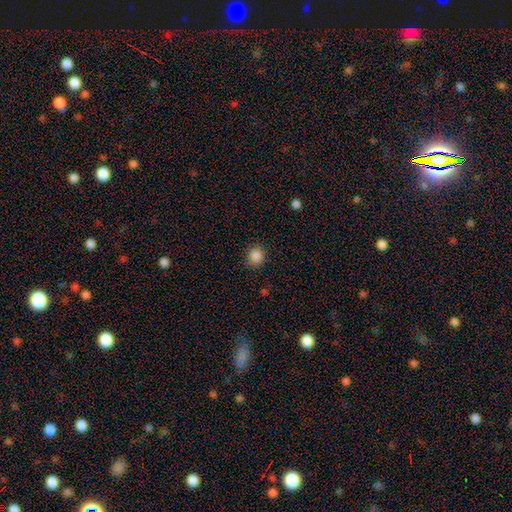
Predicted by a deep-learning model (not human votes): Smooth or featured? Predicted: smooth (p=0.87). How rounded? Predicted: round (p=0.86). Merging? Predicted: none (p=0.86).